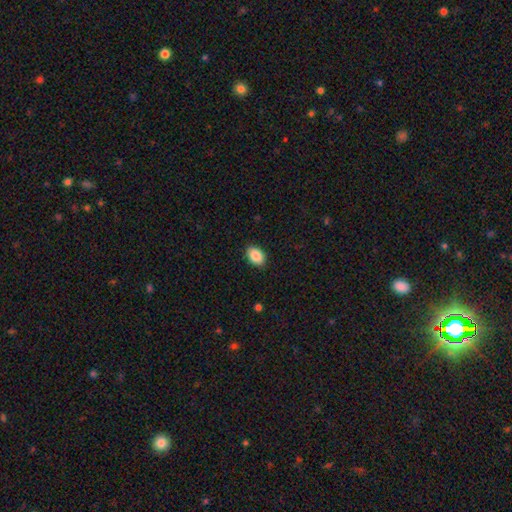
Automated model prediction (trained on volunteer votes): smooth 89%, star or artifact 7%, featured or disk 4%. Down the decision tree: how rounded — in between (84%); merging — none (89%).